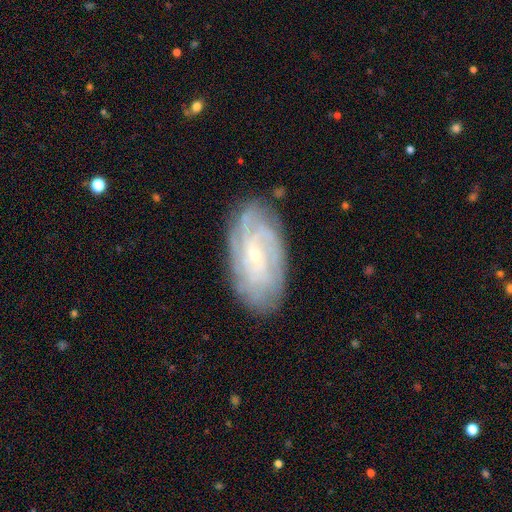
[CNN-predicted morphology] This is likely a featured or disk galaxy (79%). It is clearly not viewed edge-on (95%). Bar: possibly no (56%). Spiral arm pattern: clearly yes (94%). Spiral arm count: marginally can't tell (42%). Spiral winding: likely tight (68%). Central bulge: clearly small (80%). Merging: clearly none (80%).